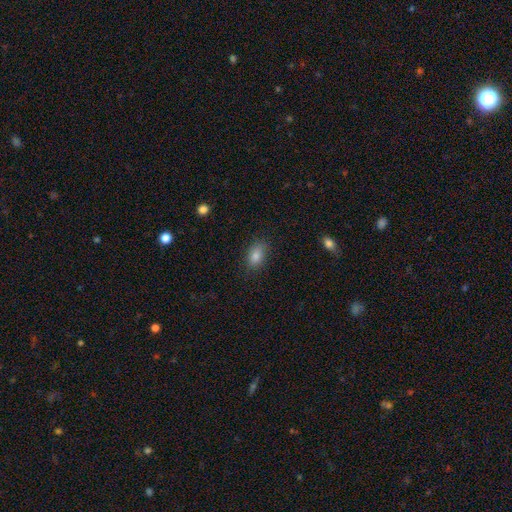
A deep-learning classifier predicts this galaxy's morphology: Q: Smooth or featured?
A: smooth (83%); runner-up: star or artifact (10%)
Q: How rounded?
A: in between (85%); runner-up: round (12%)
Q: Merging?
A: none (83%); runner-up: minor disturbance (13%)